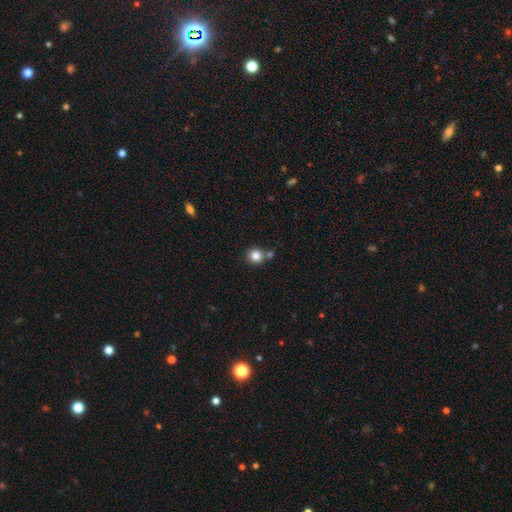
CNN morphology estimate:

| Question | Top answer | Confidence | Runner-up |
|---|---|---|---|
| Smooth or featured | smooth | 83% | star or artifact (11%) |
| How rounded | round | 92% | in between (7%) |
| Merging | none | 73% | merger (16%) |